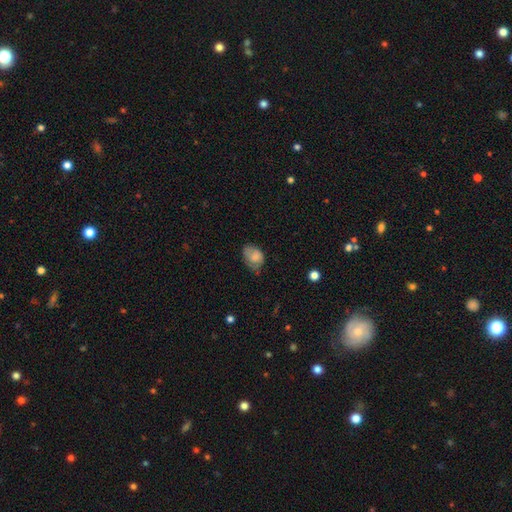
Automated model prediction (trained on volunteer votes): Overall: smooth (76%). How rounded: in between (78%). Merging: none (44%; minor disturbance 39%).